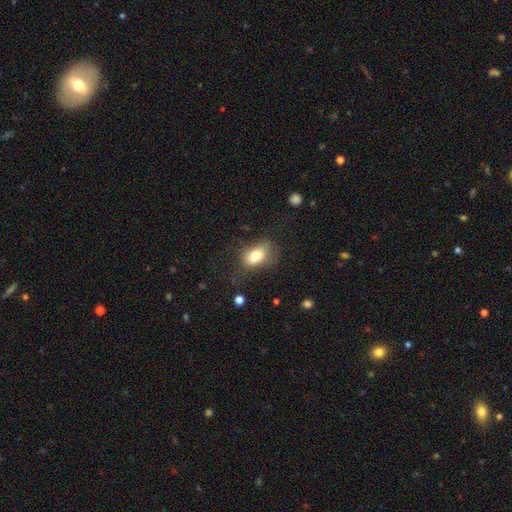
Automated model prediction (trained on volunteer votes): Smooth or featured: smooth — 79% (featured or disk — 13%)
How rounded: in between — 84% (round — 14%)
Merging: none — 57% (minor disturbance — 25%)